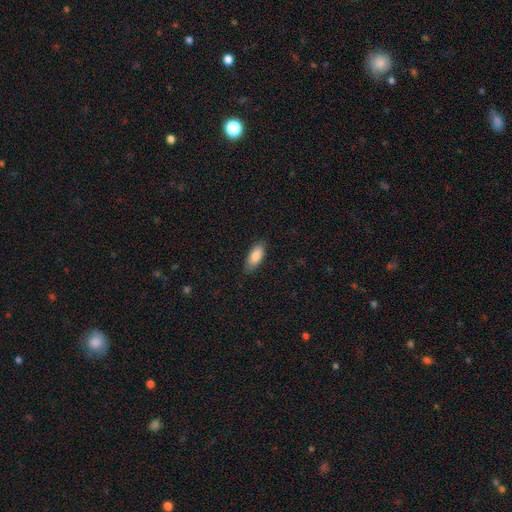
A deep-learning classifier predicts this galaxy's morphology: The model was most divided on "how rounded": in between: 83%, cigar-shaped: 16%, round: 2%. More confident: smooth or featured — smooth (86%); merging — none (83%).